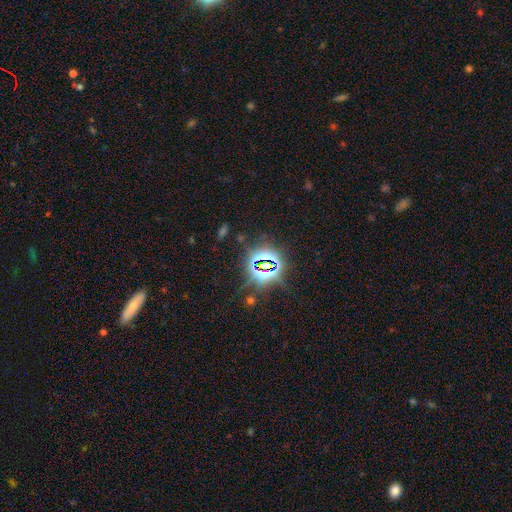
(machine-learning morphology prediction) The model was most divided on "smooth or featured": star or artifact: 79%, smooth: 12%, featured or disk: 9%.